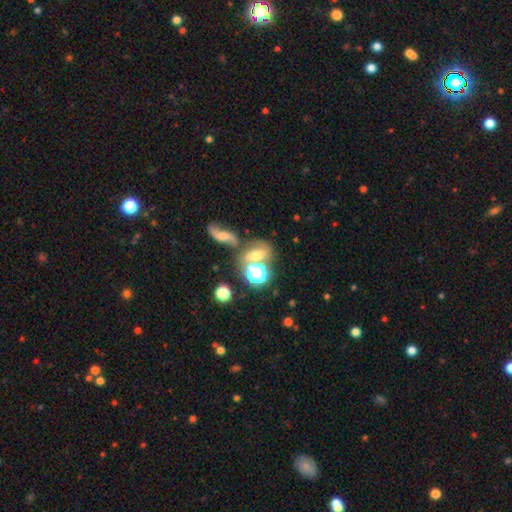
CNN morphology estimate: A smooth galaxy with no disk features (50%) that is in between round and cigar-shaped (54%). Merging: merger (41%).